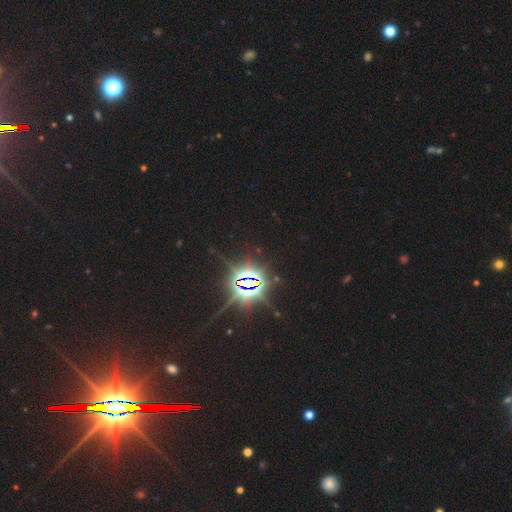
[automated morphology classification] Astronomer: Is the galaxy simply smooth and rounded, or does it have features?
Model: star or artifact — 83%.